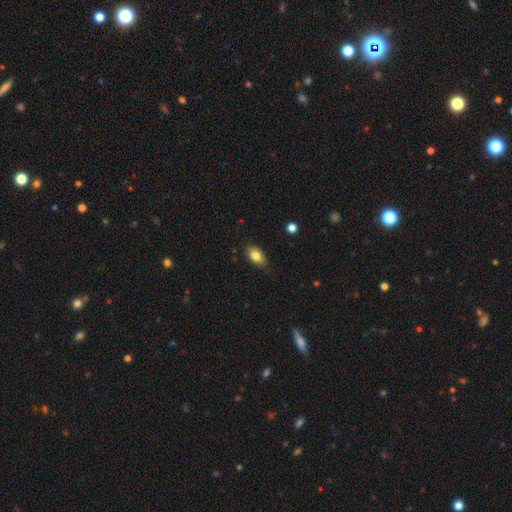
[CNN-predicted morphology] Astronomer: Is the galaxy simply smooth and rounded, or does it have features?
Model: smooth — 82%.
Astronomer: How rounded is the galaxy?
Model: in between — 86%.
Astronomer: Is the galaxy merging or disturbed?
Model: none — 76%.